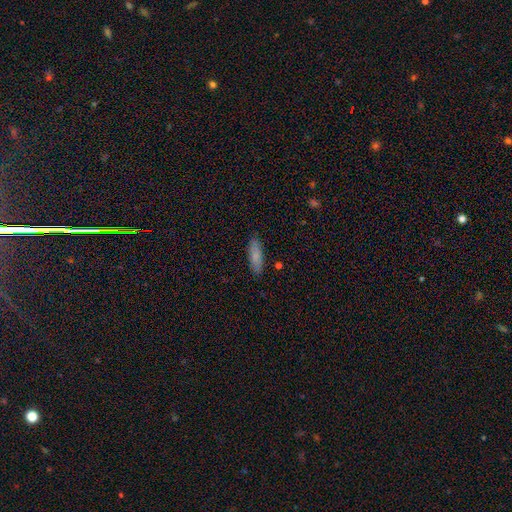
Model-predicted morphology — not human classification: smooth 81%, featured or disk 12%, star or artifact 7%. Down the decision tree: how rounded — cigar-shaped (54%); merging — none (88%).